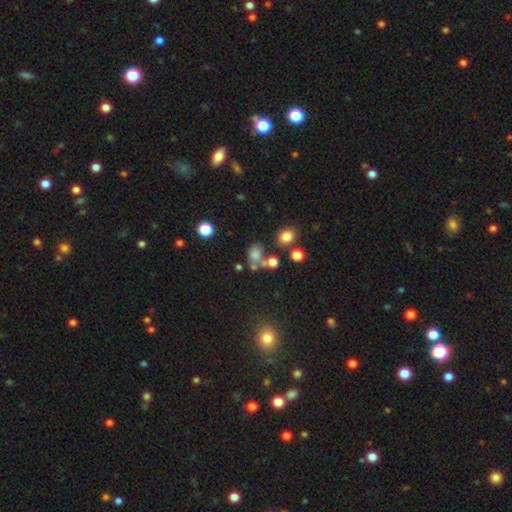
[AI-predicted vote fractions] Smooth or featured? smooth (68%)
How rounded? round (50%)
Merging? none (45%)